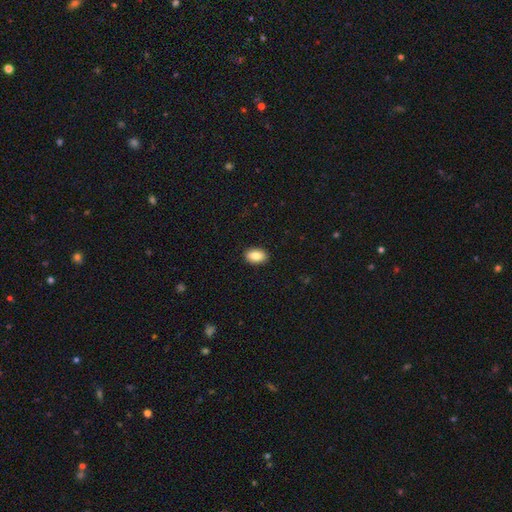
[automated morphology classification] This is clearly a smooth galaxy (85%). How rounded: clearly in between (90%). Merging: clearly none (91%).